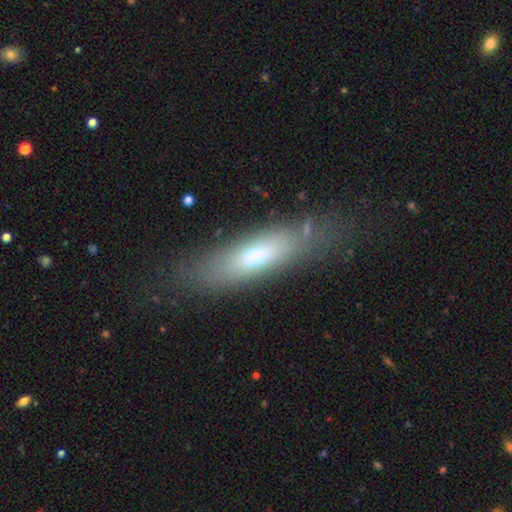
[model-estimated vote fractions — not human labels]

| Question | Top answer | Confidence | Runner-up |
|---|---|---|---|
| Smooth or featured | smooth | 59% | featured or disk (30%) |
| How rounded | in between | 52% | cigar-shaped (45%) |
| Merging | none | 65% | minor disturbance (17%) |